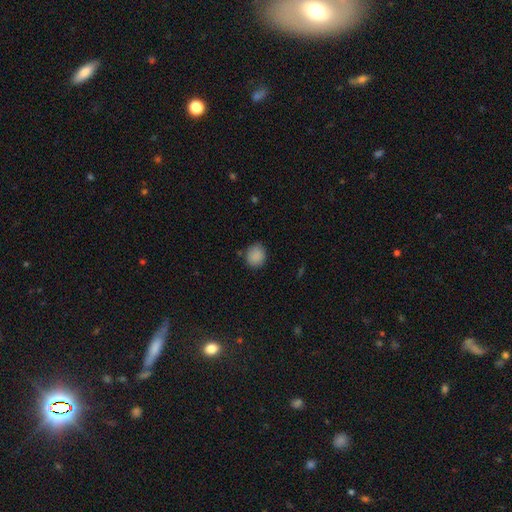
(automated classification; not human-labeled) Smooth or featured: smooth — 88% (star or artifact — 8%)
How rounded: round — 71% (in between — 28%)
Merging: none — 80% (minor disturbance — 15%)